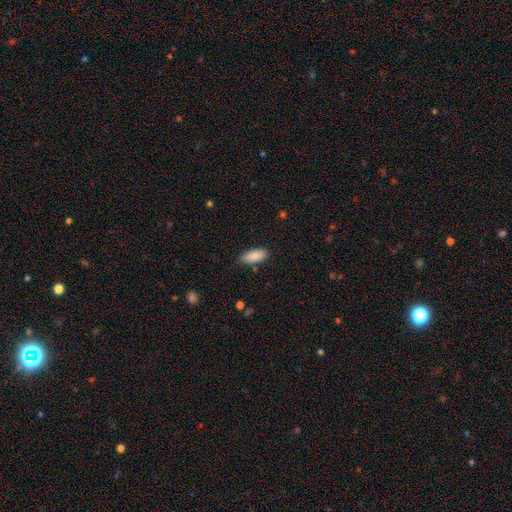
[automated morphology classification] This appears to be a smooth galaxy with no disk features (88%) that is in between round and cigar-shaped (85%). Merging: none (84%).